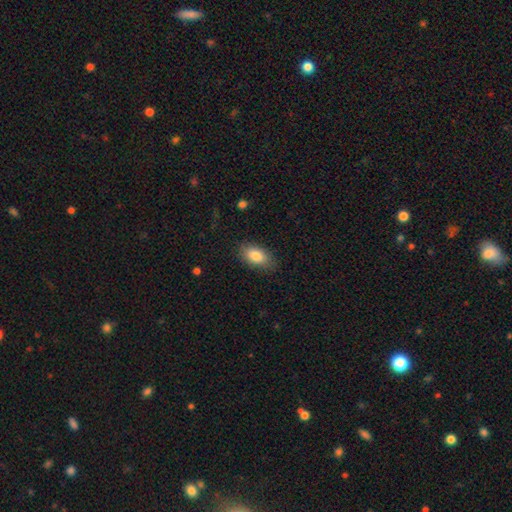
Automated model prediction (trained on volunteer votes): This is clearly a smooth galaxy (85%). How rounded: clearly in between (91%). Merging: clearly none (83%).